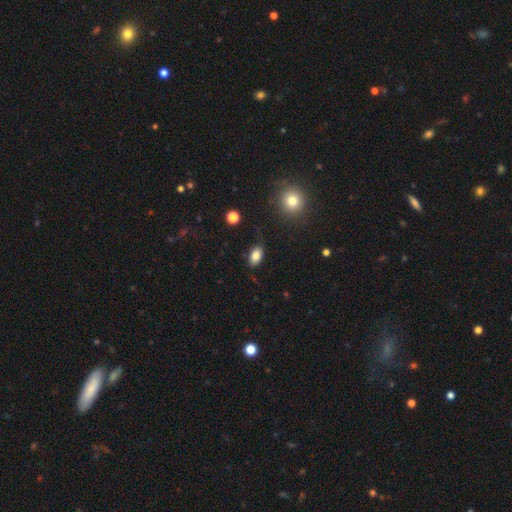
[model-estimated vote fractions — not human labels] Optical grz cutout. It shows a smooth galaxy with no disk features (84%) that is in between round and cigar-shaped (89%). Merging: none (82%).